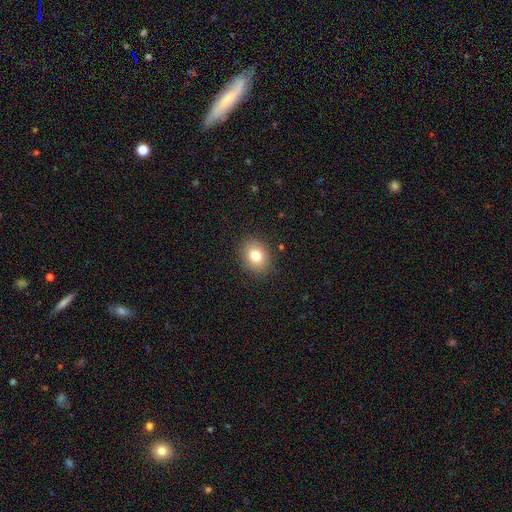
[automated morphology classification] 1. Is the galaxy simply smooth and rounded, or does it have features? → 80% smooth, 10% star or artifact, 10% featured or disk.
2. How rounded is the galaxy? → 50% in between, 49% round, 1% cigar-shaped.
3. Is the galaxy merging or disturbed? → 88% none, 8% minor disturbance, 3% major disturbance, 1% merger.